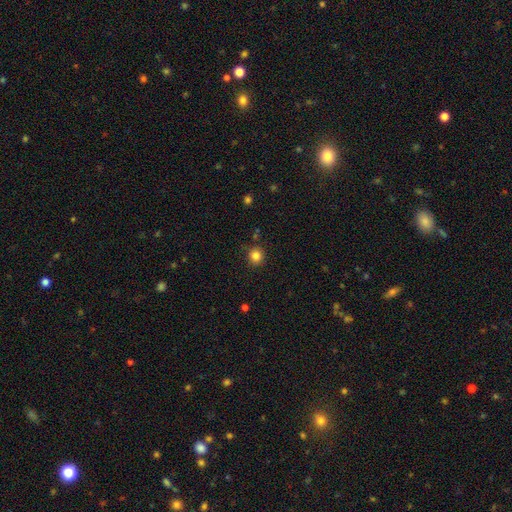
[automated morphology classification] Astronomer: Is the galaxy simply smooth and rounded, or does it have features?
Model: smooth — 83%.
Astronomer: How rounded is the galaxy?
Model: round — 92%.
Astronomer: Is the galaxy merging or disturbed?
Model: none — 87%.